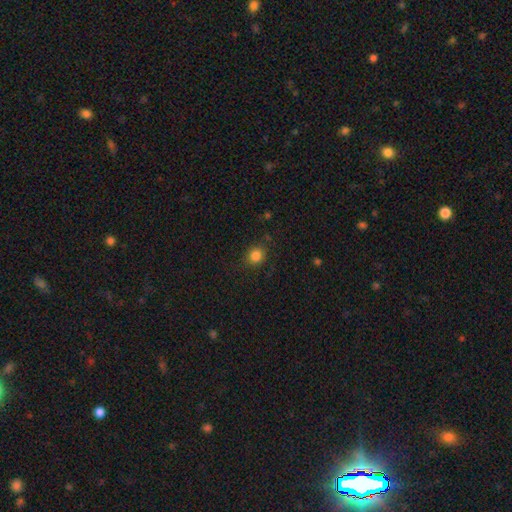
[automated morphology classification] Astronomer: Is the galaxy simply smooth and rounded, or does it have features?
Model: smooth — 83%.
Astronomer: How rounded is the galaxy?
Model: round — 80%.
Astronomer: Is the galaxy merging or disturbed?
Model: none — 84%.